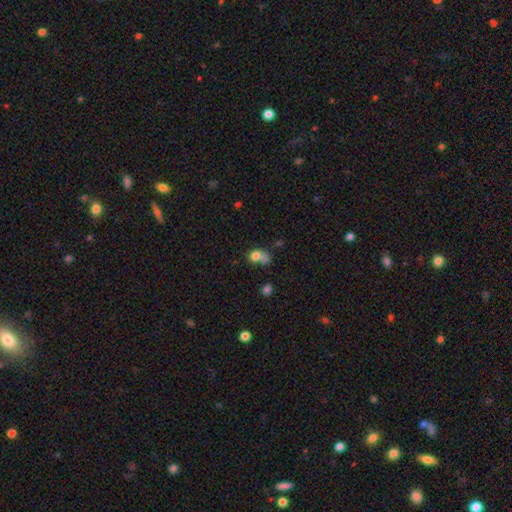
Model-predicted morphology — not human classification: Smooth or featured?
  - smooth: 74% *
  - featured or disk: 13%
  - star or artifact: 12%
How rounded?
  - round: 52% *
  - in between: 46%
  - cigar-shaped: 2%
Merging?
  - merger: 44% *
  - none: 28%
  - minor disturbance: 15%
  - major disturbance: 13%